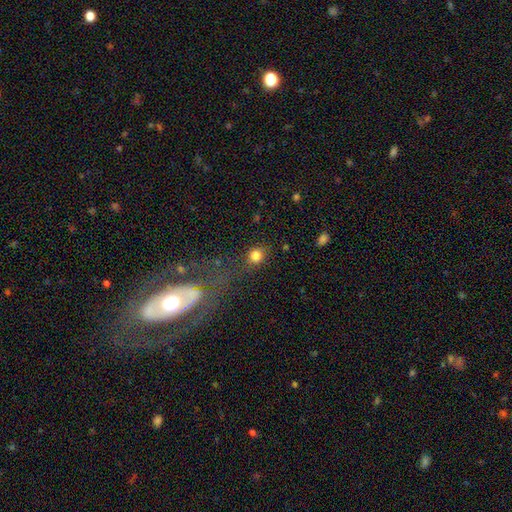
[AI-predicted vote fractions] smooth-or-featured: smooth: 80% | star or artifact: 12% | featured or disk: 7%
  how-rounded: round: 75% | in between: 23% | cigar-shaped: 2%
  merging: none: 72% | minor disturbance: 14% | major disturbance: 8% | merger: 7%